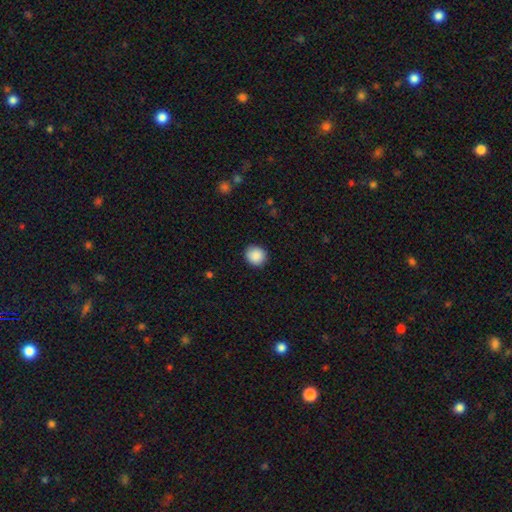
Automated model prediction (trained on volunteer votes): Overall: smooth (89%). How rounded: round (84%). Merging: none (88%).